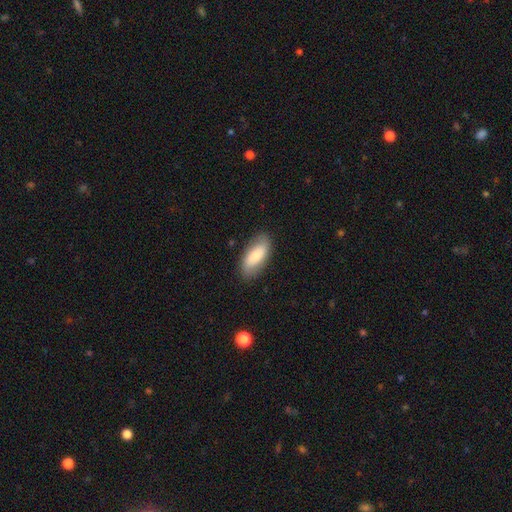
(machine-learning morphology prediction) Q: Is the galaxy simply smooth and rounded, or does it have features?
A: smooth — 72%.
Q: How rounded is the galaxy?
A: in between — 85%.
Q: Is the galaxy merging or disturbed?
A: none — 82%.